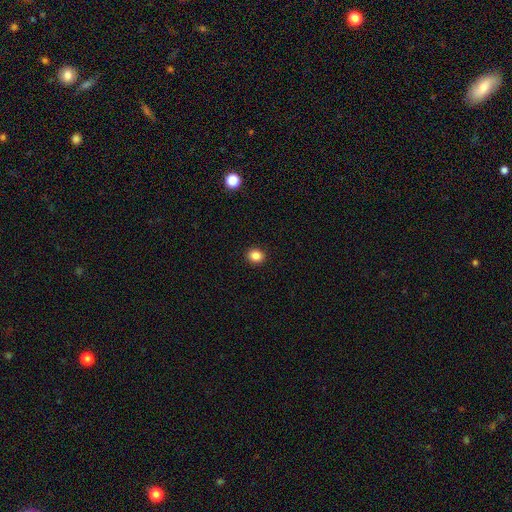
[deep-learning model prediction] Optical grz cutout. It shows a smooth galaxy with no disk features (86%) that is round (78%). Merging: none (93%).